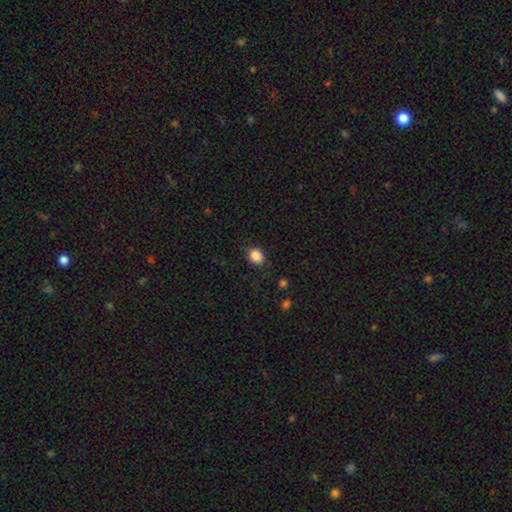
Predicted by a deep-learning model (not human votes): A smooth galaxy with no disk features (87%) that is round (55%).

Vote fractions:
- Smooth or featured? smooth: 87% / star or artifact: 9% / featured or disk: 3%
- How rounded? round: 55% / in between: 44% / cigar-shaped: 1%
- Merging? none: 83% / minor disturbance: 12% / major disturbance: 3% / merger: 1%